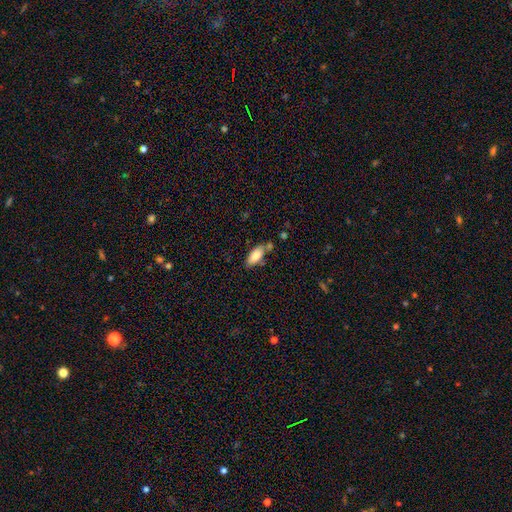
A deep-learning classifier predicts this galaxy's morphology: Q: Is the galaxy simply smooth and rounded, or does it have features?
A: smooth — 83%.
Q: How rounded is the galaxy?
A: in between — 86%.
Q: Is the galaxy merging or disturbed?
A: none — 63%.